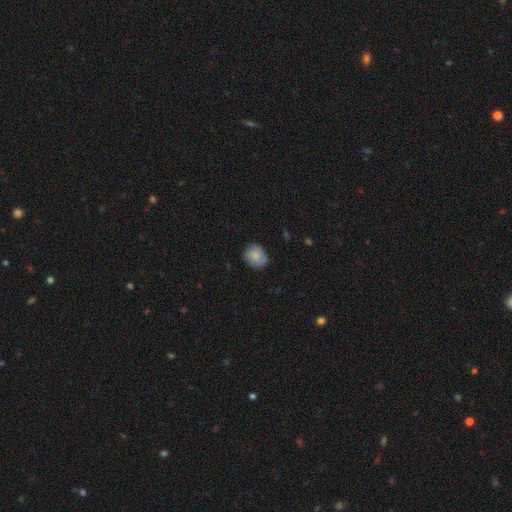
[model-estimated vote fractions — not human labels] Overall: smooth (71%). How rounded: round (72%). Merging: none (74%).